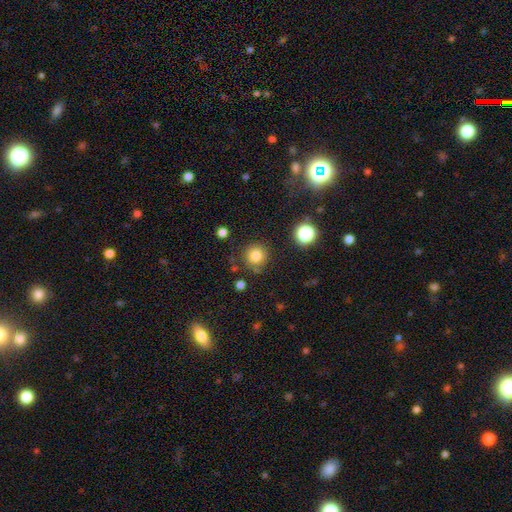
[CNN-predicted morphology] Smooth or featured? smooth (81%)
How rounded? round (94%)
Merging? none (84%)